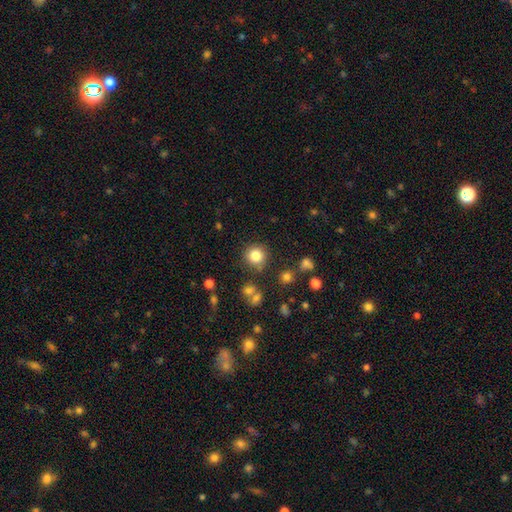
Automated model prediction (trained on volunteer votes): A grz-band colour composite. It shows a smooth galaxy with no disk features (82%) that is round (92%). Merging: none (82%).